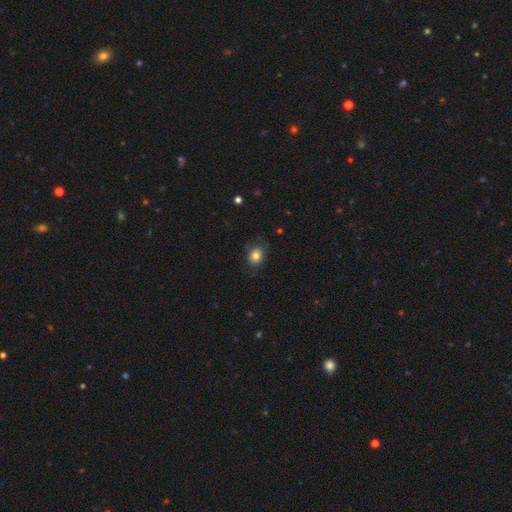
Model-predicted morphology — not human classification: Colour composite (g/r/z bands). It shows a smooth galaxy with no disk features (81%) that is round (55%). Merging: none (73%).